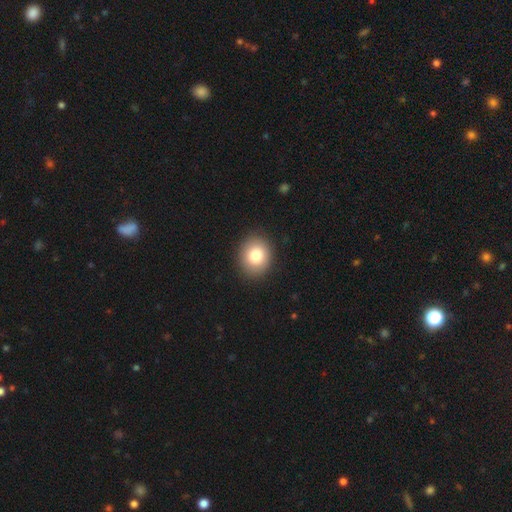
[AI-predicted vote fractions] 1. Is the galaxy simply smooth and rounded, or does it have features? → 81% smooth, 10% featured or disk, 9% star or artifact.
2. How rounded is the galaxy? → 68% round, 32% in between, 1% cigar-shaped.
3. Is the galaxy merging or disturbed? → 90% none, 7% minor disturbance, 2% major disturbance, 1% merger.